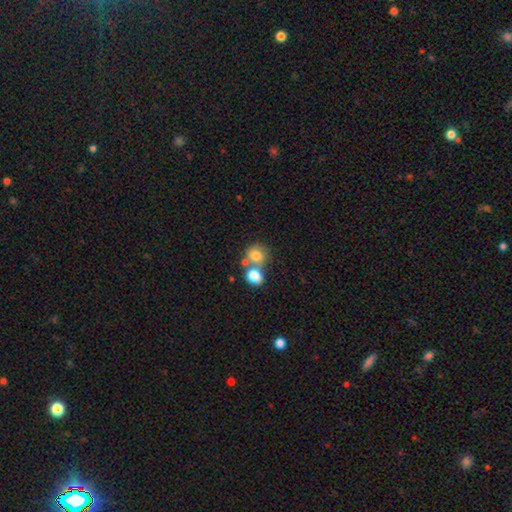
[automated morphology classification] smooth_or_featured: smooth (p=0.77) [alt: featured or disk p=0.12]
how_rounded: round (p=0.73) [alt: in between p=0.26]
merging: merger (p=0.49) [alt: none p=0.38]